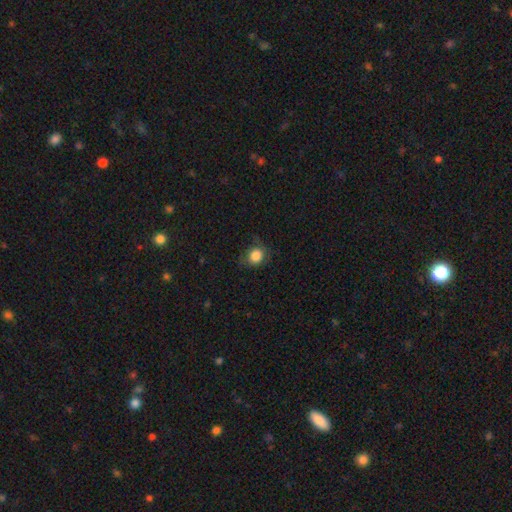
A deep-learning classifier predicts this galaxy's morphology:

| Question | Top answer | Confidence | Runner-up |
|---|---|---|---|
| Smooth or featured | smooth | 83% | star or artifact (9%) |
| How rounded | round | 69% | in between (30%) |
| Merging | none | 69% | minor disturbance (22%) |